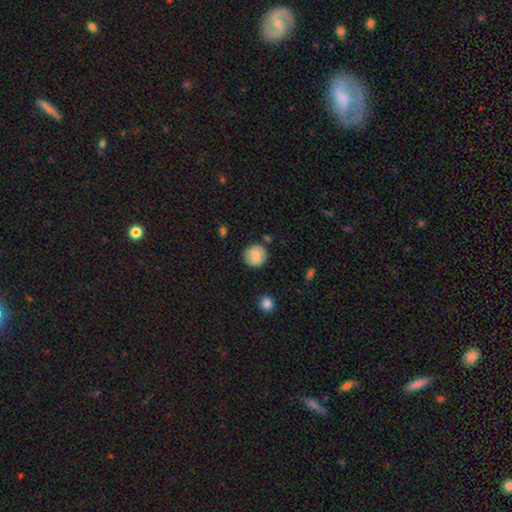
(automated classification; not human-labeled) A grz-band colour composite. It shows a smooth galaxy with no disk features (80%) that is round (91%). Merging: none (82%).